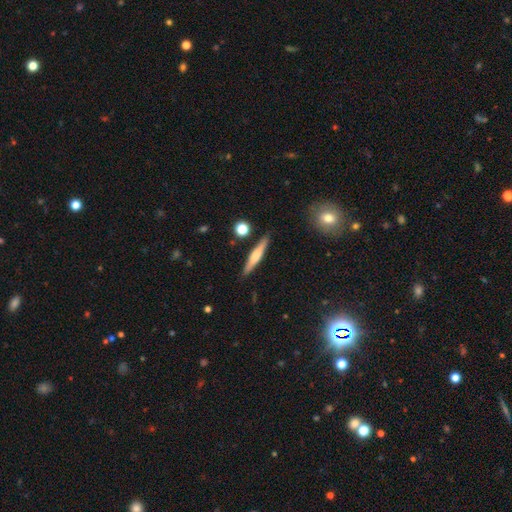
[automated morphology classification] Smooth or featured? Predicted: smooth (p=0.49). Merging? Predicted: none (p=0.88).